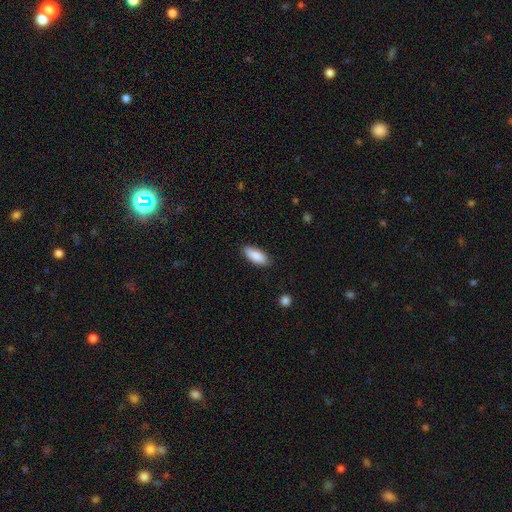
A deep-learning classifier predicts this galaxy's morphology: Overall: smooth (89%). How rounded: in between (81%). Merging: none (87%).